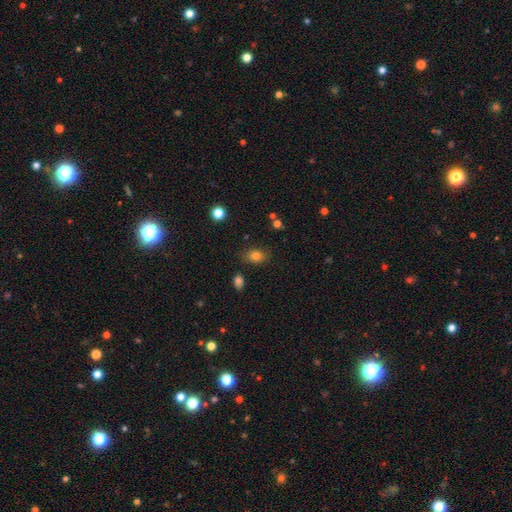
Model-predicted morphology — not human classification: Q: Smooth or featured?
A: smooth (83%); runner-up: star or artifact (11%)
Q: How rounded?
A: in between (72%); runner-up: round (27%)
Q: Merging?
A: none (77%); runner-up: minor disturbance (15%)